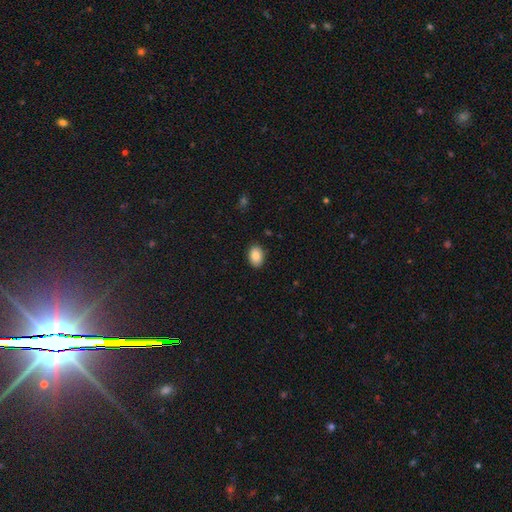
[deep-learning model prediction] A smooth galaxy with no disk features (87%) that is in between round and cigar-shaped (83%).

Vote fractions:
- Smooth or featured? smooth: 87% / star or artifact: 8% / featured or disk: 5%
- How rounded? in between: 83% / round: 16% / cigar-shaped: 1%
- Merging? none: 88% / minor disturbance: 9% / major disturbance: 2% / merger: 1%